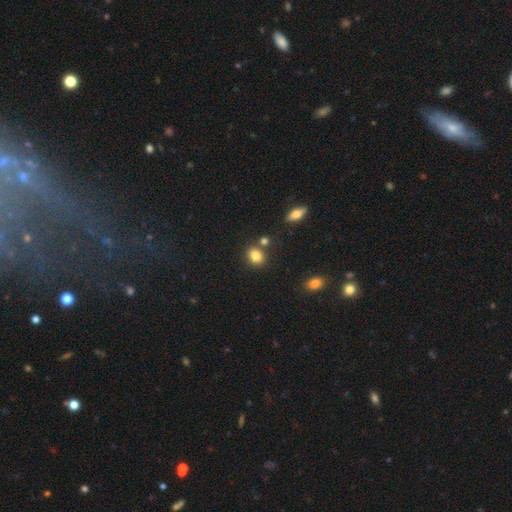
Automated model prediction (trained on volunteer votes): smooth 82%, star or artifact 10%, featured or disk 7%. Down the decision tree: how rounded — round (60%); merging — none (73%).